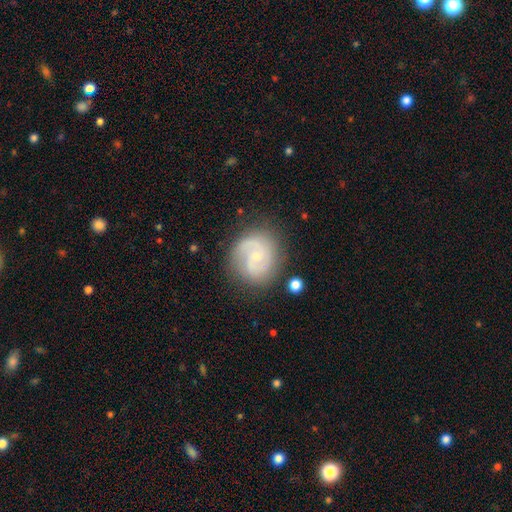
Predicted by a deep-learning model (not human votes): smooth_or_featured: featured or disk (p=0.78) [alt: smooth p=0.16]
disk_edge_on: no (p=0.98) [alt: yes p=0.02]
bar: no (p=0.56) [alt: weak p=0.38]
has_spiral_arms: yes (p=0.94) [alt: no p=0.06]
spiral_winding: medium (p=0.47) [alt: tight p=0.39]
spiral_arm_count: 2 (p=0.75) [alt: can't tell p=0.10]
bulge_size: small (p=0.69) [alt: moderate p=0.24]
merging: none (p=0.79) [alt: minor disturbance p=0.14]